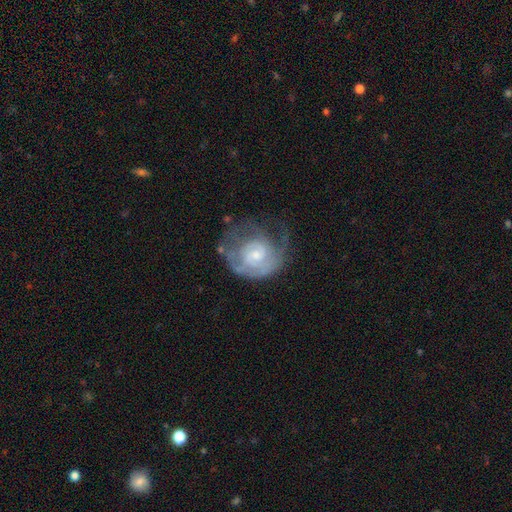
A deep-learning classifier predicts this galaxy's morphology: Smooth or featured? Predicted: featured or disk (p=0.76). Edge-on disk? Predicted: no (p=0.98). Bar? Predicted: no (p=0.67). Spiral arms? Predicted: yes (p=0.85). Spiral winding? Predicted: tight (p=0.55). Spiral arm count? Predicted: 2 (p=0.33, tied with can't tell). Bulge size? Predicted: small (p=0.56). Merging? Predicted: none (p=0.42).